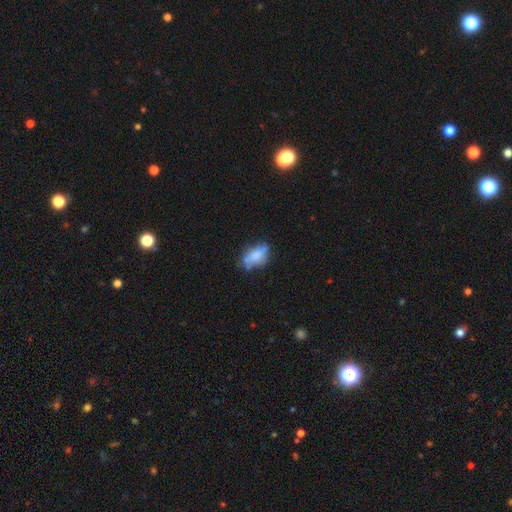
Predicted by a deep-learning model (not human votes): A smooth galaxy with no disk features (59%) that is in between round and cigar-shaped (84%). Merging: none (53%).